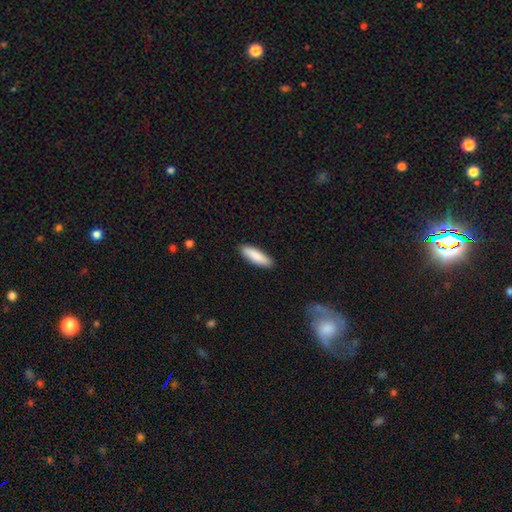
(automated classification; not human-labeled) Smooth or featured: smooth — 87% (featured or disk — 8%)
How rounded: cigar-shaped — 55% (in between — 44%)
Merging: none — 89% (minor disturbance — 9%)